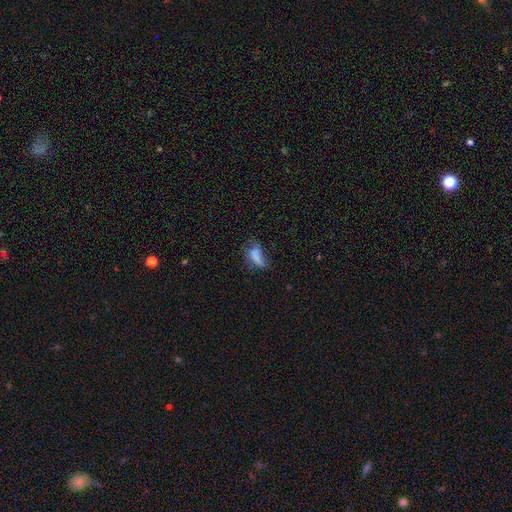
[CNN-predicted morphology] Smooth or featured: smooth — 66% (featured or disk — 21%)
How rounded: in between — 78% (cigar-shaped — 17%)
Merging: major disturbance — 35% (none — 30%)